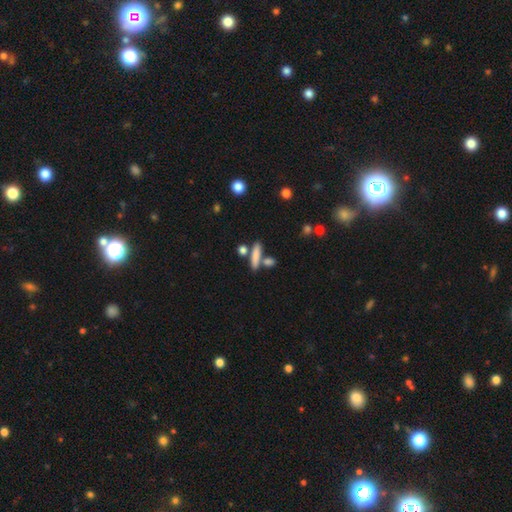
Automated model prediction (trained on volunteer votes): Morphology: type=smooth (78%); roundness=cigar-shaped (74%); merging=none (68%).